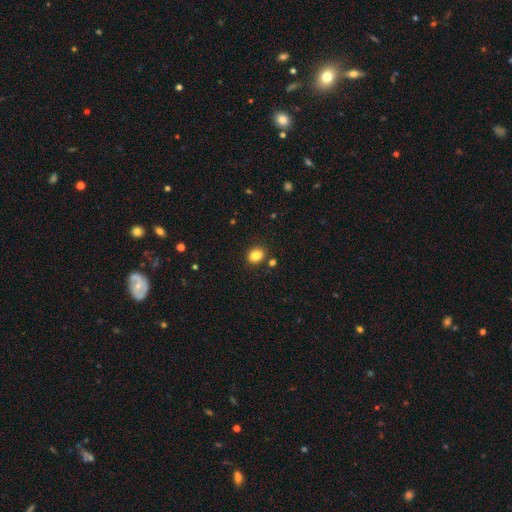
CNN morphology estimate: This is clearly a smooth galaxy (85%). How rounded: likely in between (61%). Merging: clearly none (82%).